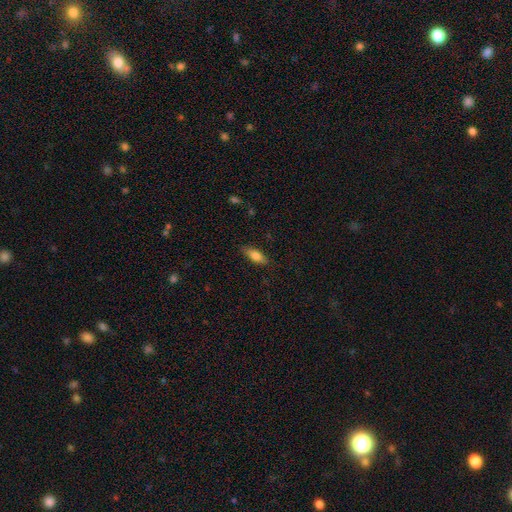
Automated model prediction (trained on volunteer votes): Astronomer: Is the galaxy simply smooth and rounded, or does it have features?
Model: smooth — 74%.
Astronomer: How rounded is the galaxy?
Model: in between — 64%.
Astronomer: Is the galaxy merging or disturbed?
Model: none — 85%.